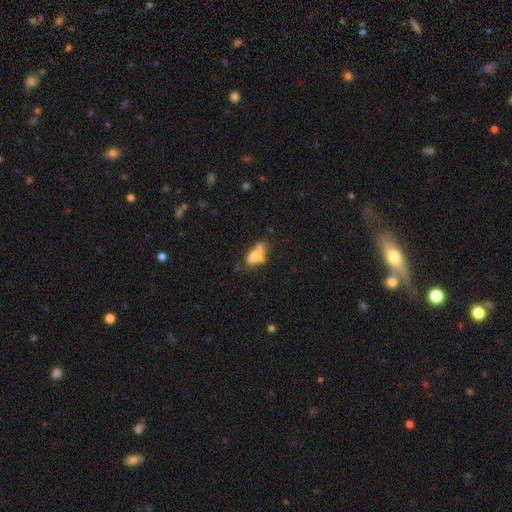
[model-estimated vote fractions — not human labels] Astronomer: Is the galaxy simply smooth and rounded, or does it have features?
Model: smooth — 58%.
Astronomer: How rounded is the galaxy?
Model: in between — 83%.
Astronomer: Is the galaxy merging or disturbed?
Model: none — 29% (runner-up: merger, 27%).